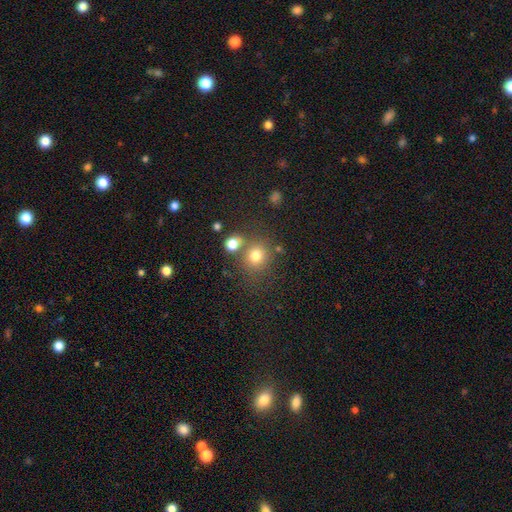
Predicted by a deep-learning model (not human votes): This is likely a smooth galaxy (76%). How rounded: clearly round (80%). Merging: likely none (64%).